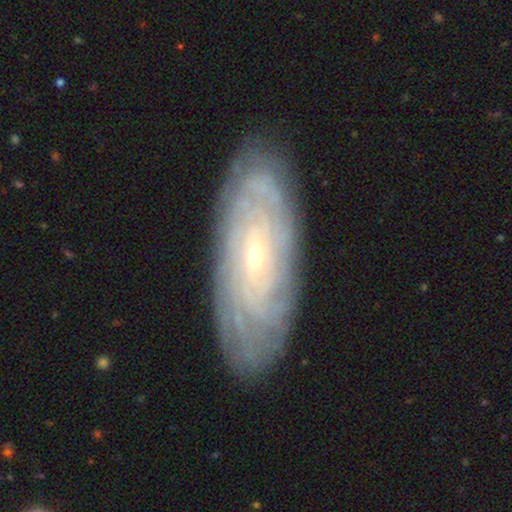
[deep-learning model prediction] Smooth or featured: featured or disk — 81% (smooth — 12%)
Edge-on disk: no — 88% (yes — 12%)
Bar: no — 57% (weak — 32%)
Spiral arms: yes — 92% (no — 8%)
Spiral winding: tight — 85% (medium — 11%)
Spiral arm count: can't tell — 54% (more than 4 — 15%)
Bulge size: small — 72% (moderate — 25%)
Merging: none — 85% (minor disturbance — 11%)